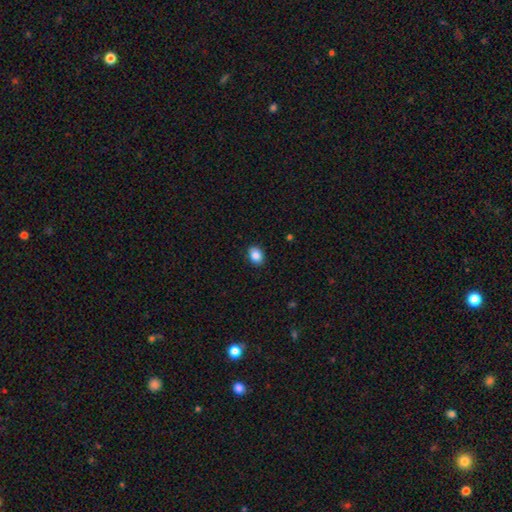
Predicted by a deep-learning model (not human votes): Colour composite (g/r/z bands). It shows a smooth galaxy with no disk features (86%) that is in between round and cigar-shaped (63%). Merging: none (89%).